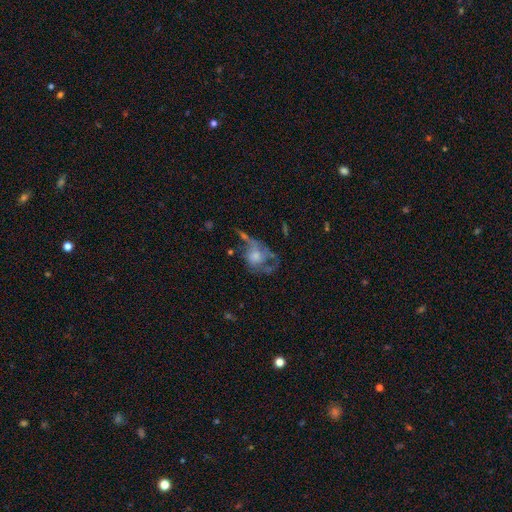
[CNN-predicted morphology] A featured or disk galaxy (58%) with no bar (81%), spiral arms (56%) and a moderate central bulge (40%). Merging: major disturbance (45%).